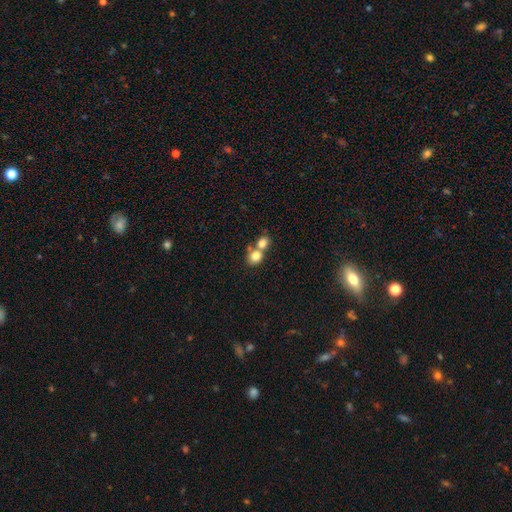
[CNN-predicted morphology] smooth_or_featured: smooth (p=0.80) [alt: featured or disk p=0.11]
how_rounded: round (p=0.67) [alt: in between p=0.32]
merging: merger (p=0.61) [alt: none p=0.30]